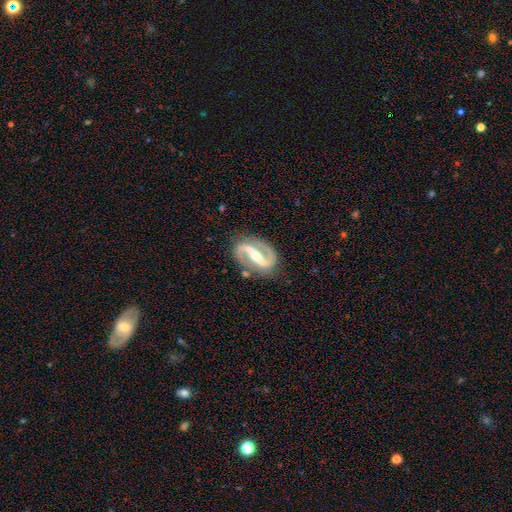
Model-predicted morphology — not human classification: This appears to be a featured or disk galaxy (92%) with a strong bar (74%), 2 (93%) medium (52%) spiral arms (96%) and a moderate central bulge (52%). Merging: none (82%).